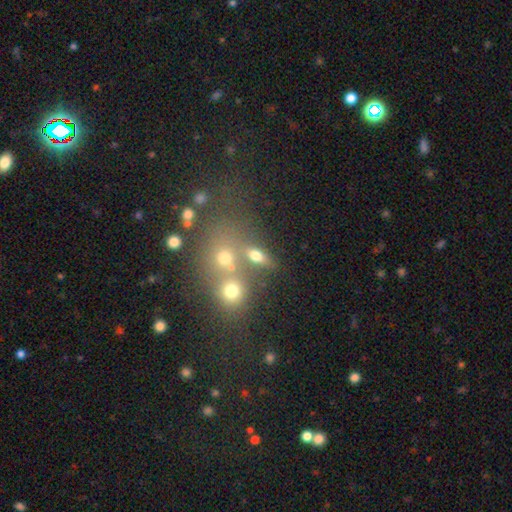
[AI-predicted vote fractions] Morphology: type=smooth (67%); roundness=in between (55%); merging=none (52%).